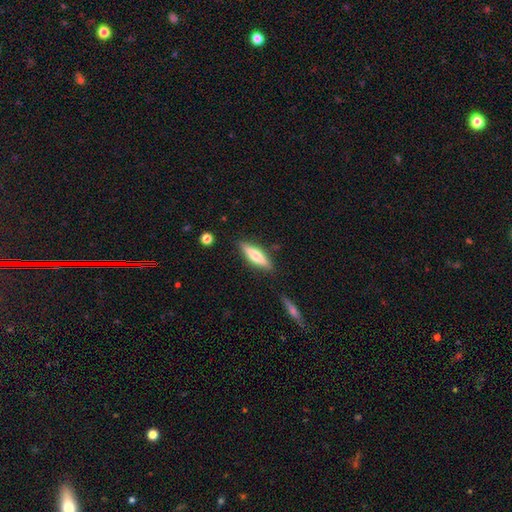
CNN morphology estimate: Smooth or featured? Predicted: featured or disk (p=0.51). Edge-on disk? Predicted: yes (p=0.94). Merging? Predicted: none (p=0.86).